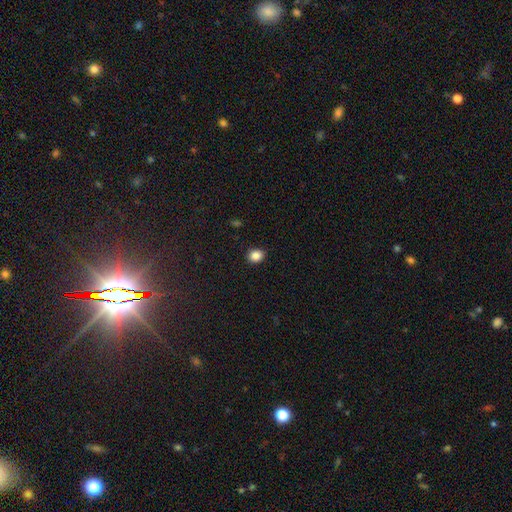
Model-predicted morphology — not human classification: Smooth or featured? Predicted: smooth (p=0.86). How rounded? Predicted: round (p=0.60). Merging? Predicted: none (p=0.89).